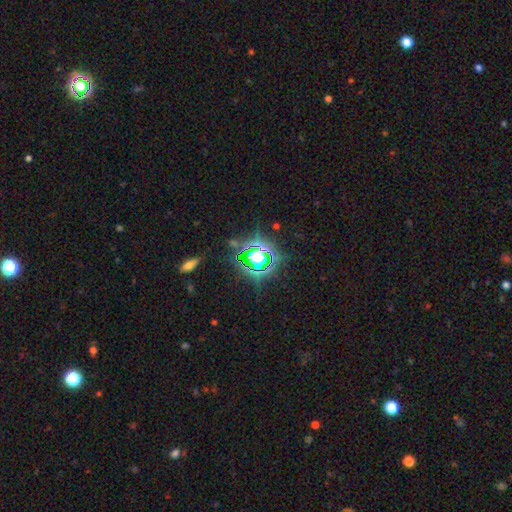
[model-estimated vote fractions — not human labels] Q: Smooth or featured?
A: star or artifact (71%); runner-up: smooth (18%)